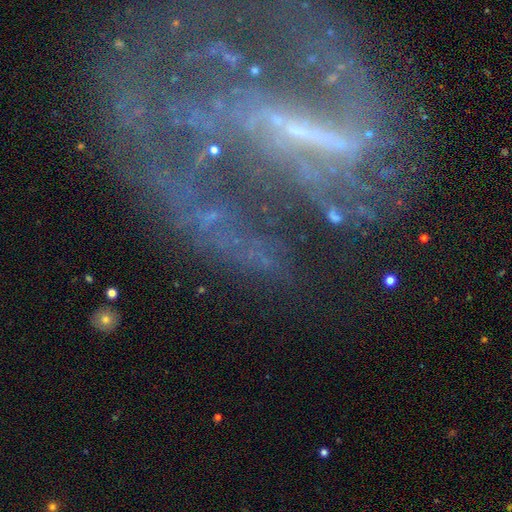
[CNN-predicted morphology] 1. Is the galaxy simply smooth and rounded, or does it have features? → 74% featured or disk, 17% star or artifact, 9% smooth.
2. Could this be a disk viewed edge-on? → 89% no, 11% yes.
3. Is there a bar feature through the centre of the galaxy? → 55% strong, 26% weak, 19% no.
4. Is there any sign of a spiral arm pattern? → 73% yes, 27% no.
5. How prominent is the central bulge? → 46% small, 30% none, 19% moderate, 4% large, 2% dominant.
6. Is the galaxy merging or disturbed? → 50% none, 29% major disturbance, 16% minor disturbance, 6% merger.